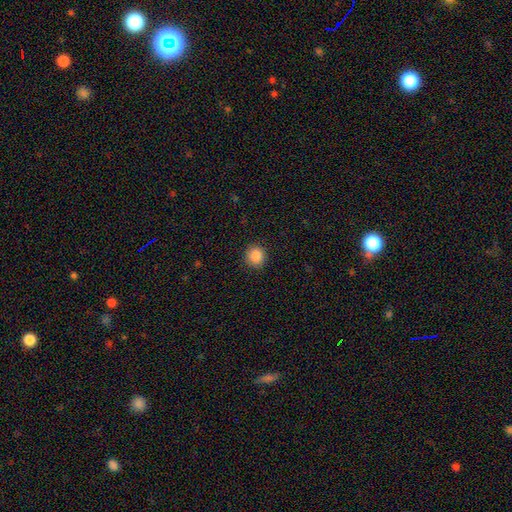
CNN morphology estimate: This appears to be a smooth galaxy with no disk features (87%) that is round (90%). Merging: none (91%).